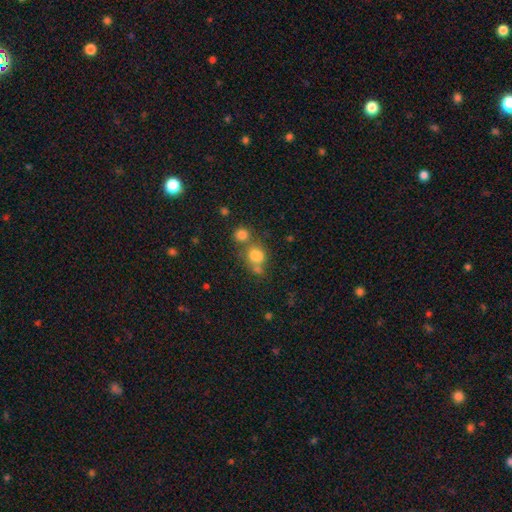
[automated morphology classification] This is likely a smooth galaxy (76%). How rounded: likely round (64%). Merging: marginally none (41%).